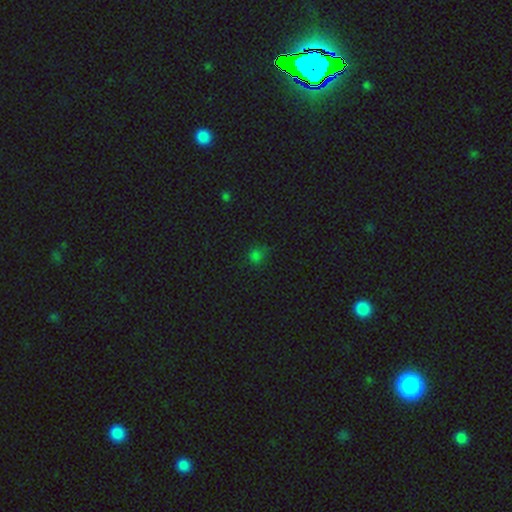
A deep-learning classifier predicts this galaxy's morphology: The model was most divided on "smooth or featured": smooth: 66%, star or artifact: 29%, featured or disk: 5%. More confident: how rounded — round (81%); merging — none (72%).